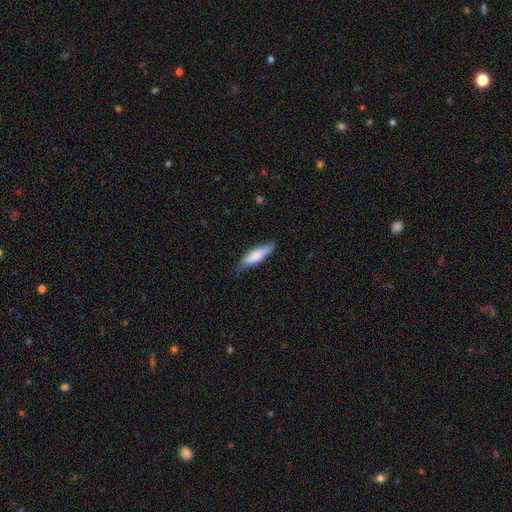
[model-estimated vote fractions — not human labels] A smooth galaxy with no disk features (72%) that is cigar-shaped (64%). Merging: none (73%).